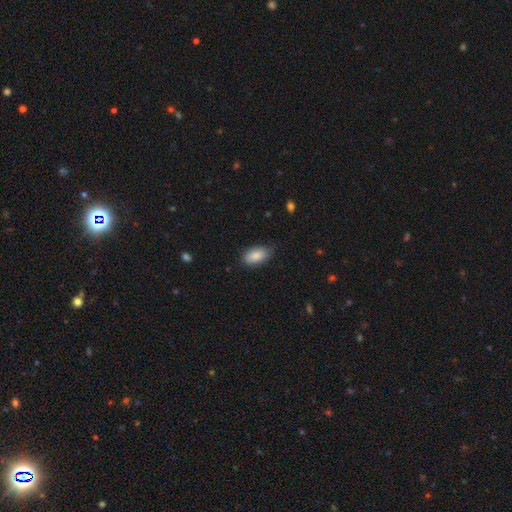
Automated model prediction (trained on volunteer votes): Smooth or featured? Predicted: smooth (p=0.87). How rounded? Predicted: in between (p=0.92). Merging? Predicted: none (p=0.77).